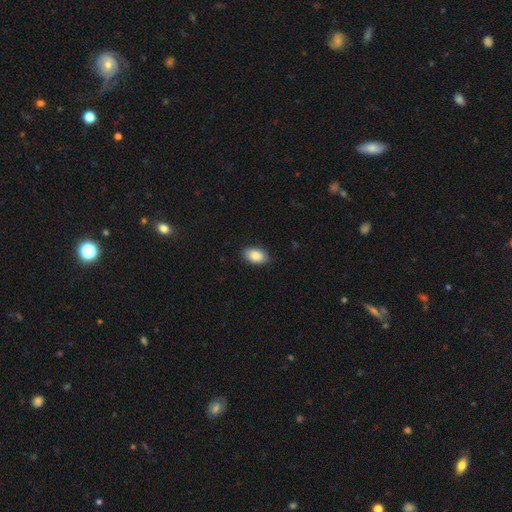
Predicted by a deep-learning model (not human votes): Smooth or featured: smooth — 88% (star or artifact — 7%)
How rounded: in between — 93% (round — 5%)
Merging: none — 86% (minor disturbance — 11%)